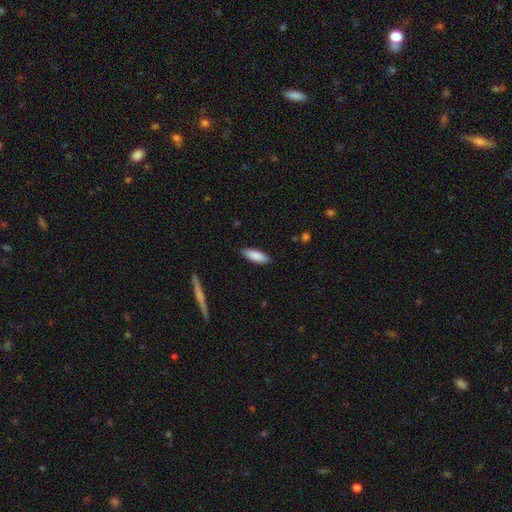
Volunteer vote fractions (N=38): Overall: smooth (87%). How rounded: in between (67%; cigar-shaped 33%). Merging: none (81%).